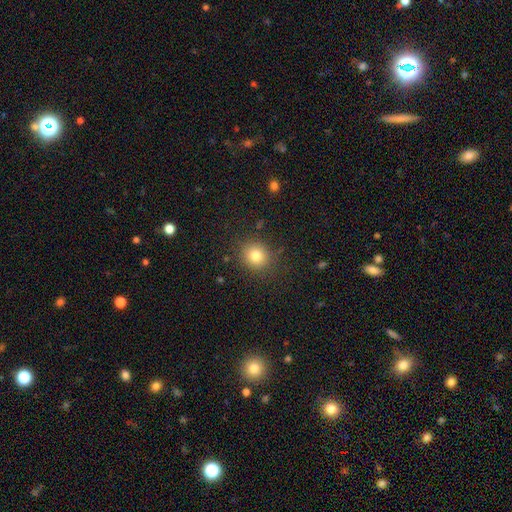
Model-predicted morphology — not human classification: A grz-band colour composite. It shows a smooth galaxy with no disk features (80%) that is round (81%). Merging: none (85%).